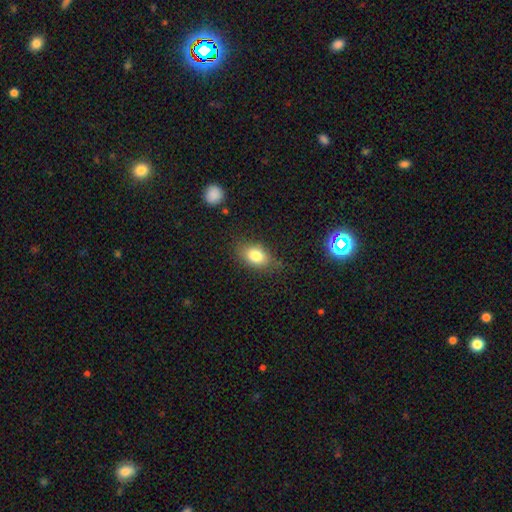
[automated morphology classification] smooth 80%, featured or disk 10%, star or artifact 9%. Down the decision tree: how rounded — in between (80%); merging — none (76%).